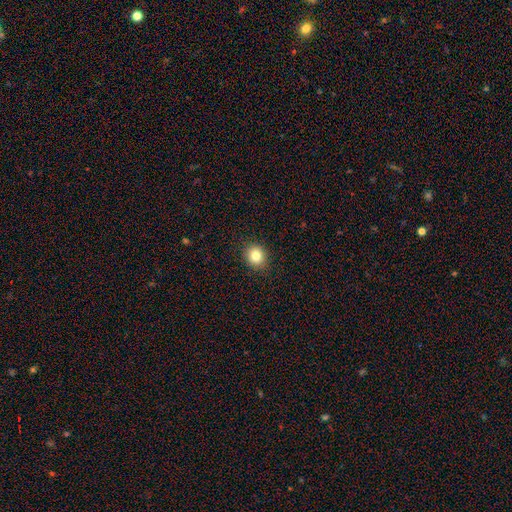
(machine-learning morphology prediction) This appears to be a smooth galaxy with no disk features (82%) that is round (76%). Merging: none (90%).